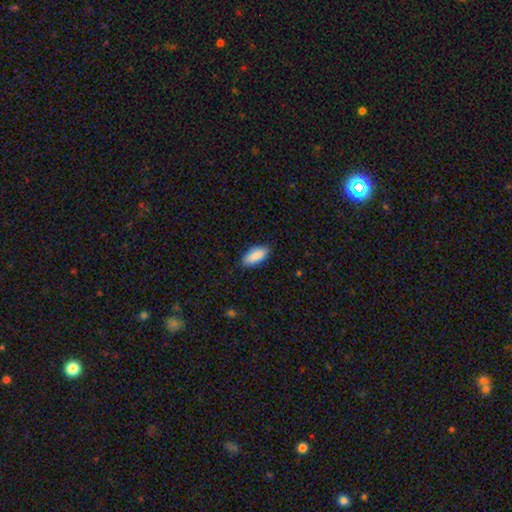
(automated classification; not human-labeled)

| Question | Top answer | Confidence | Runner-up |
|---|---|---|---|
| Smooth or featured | smooth | 89% | star or artifact (6%) |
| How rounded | in between | 90% | cigar-shaped (8%) |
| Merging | none | 86% | minor disturbance (11%) |